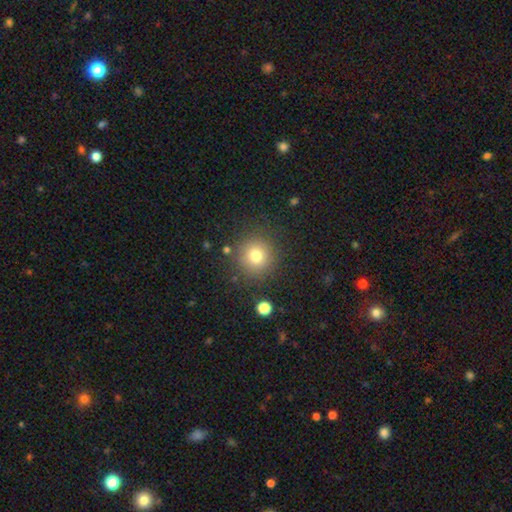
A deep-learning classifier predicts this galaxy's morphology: Smooth or featured? smooth (76%)
How rounded? round (93%)
Merging? none (86%)